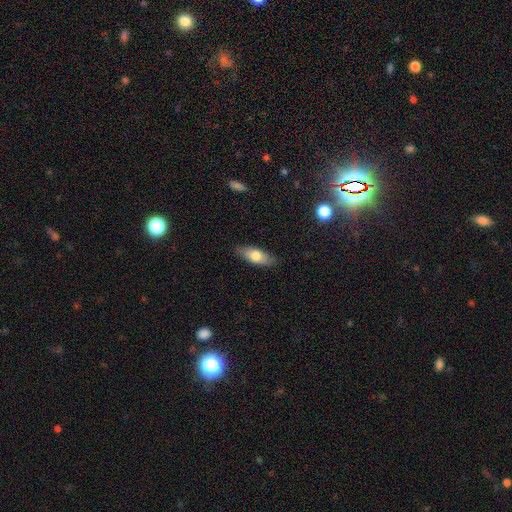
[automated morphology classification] This appears to be a smooth galaxy with no disk features (71%) that is in between round and cigar-shaped (73%). Merging: none (86%).